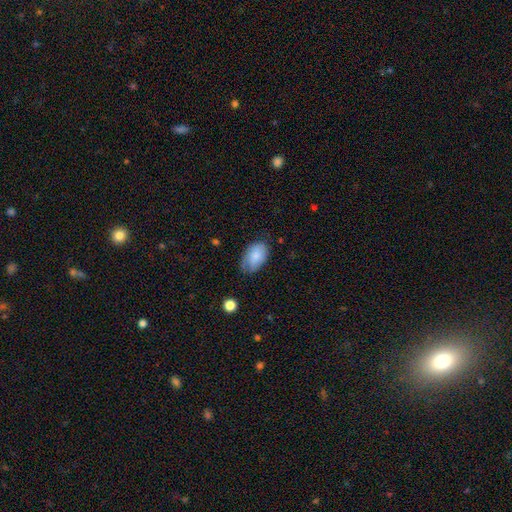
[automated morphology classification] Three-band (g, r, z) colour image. It shows a smooth galaxy with no disk features (77%) that is in between round and cigar-shaped (92%). Merging: none (61%).